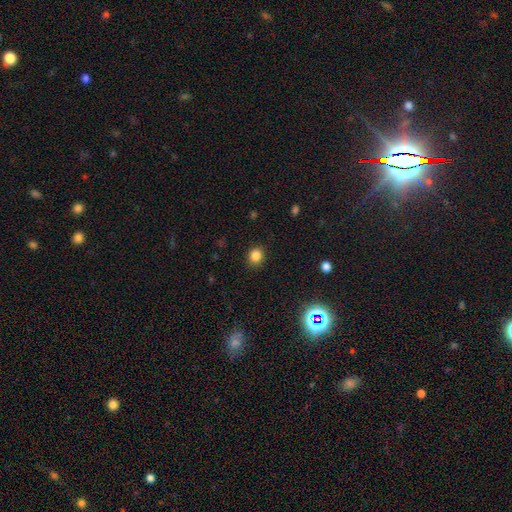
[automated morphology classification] Smooth or featured? smooth (83%)
How rounded? round (74%)
Merging? none (89%)